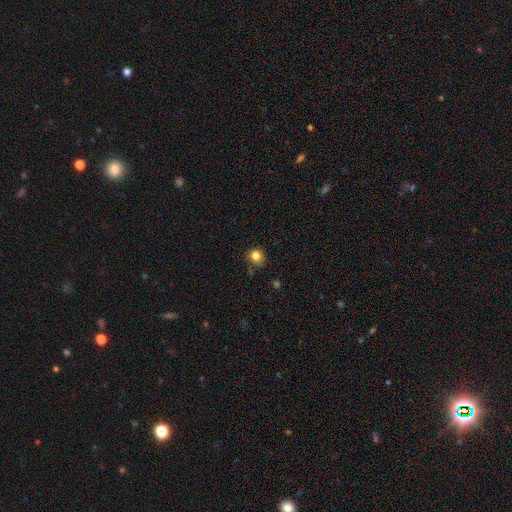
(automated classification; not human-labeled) Smooth or featured: smooth — 82% (star or artifact — 12%)
How rounded: round — 83% (in between — 16%)
Merging: none — 79% (minor disturbance — 15%)